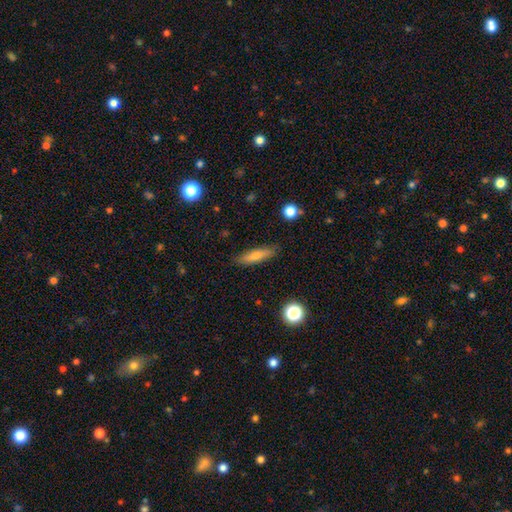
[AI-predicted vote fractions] This appears to be a smooth galaxy with no disk features (71%) that is cigar-shaped (65%). Merging: none (83%).